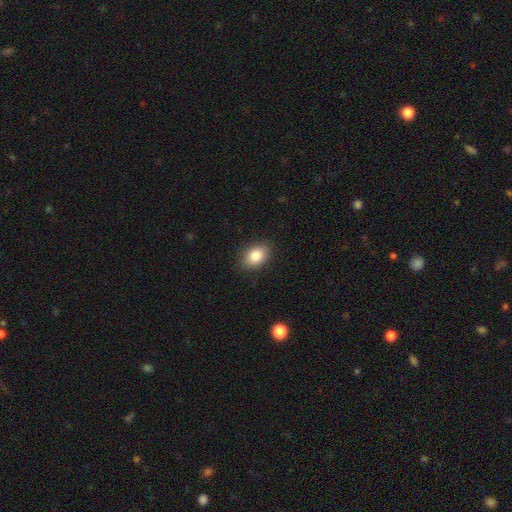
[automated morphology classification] Q: Smooth or featured?
A: smooth (84%); runner-up: star or artifact (8%)
Q: How rounded?
A: in between (81%); runner-up: round (17%)
Q: Merging?
A: none (88%); runner-up: minor disturbance (9%)